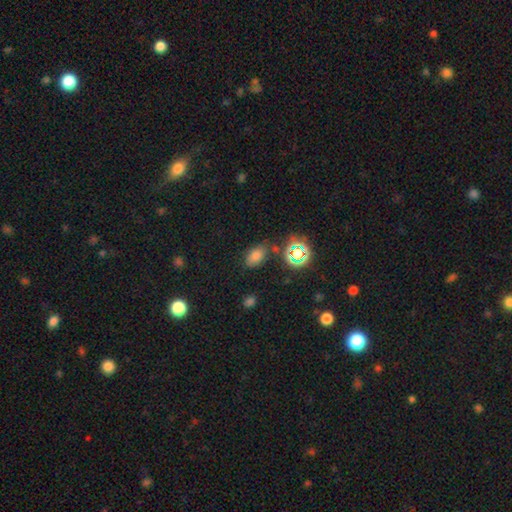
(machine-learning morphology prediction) Overall: smooth (68%). How rounded: in between (86%). Merging: none (73%).